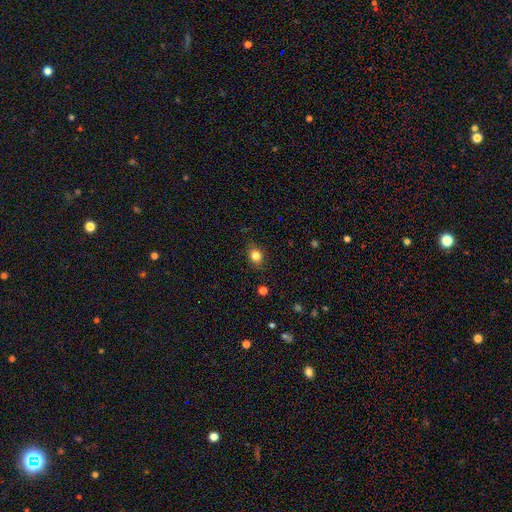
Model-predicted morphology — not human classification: smooth-or-featured: smooth: 82% | star or artifact: 12% | featured or disk: 7%
  how-rounded: round: 59% | in between: 40% | cigar-shaped: 1%
  merging: none: 84% | minor disturbance: 12% | major disturbance: 3% | merger: 1%